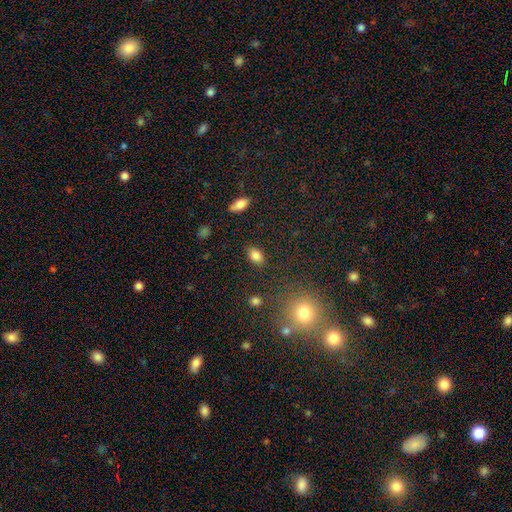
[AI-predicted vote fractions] smooth 84%, star or artifact 10%, featured or disk 6%. Down the decision tree: how rounded — in between (82%); merging — none (84%).